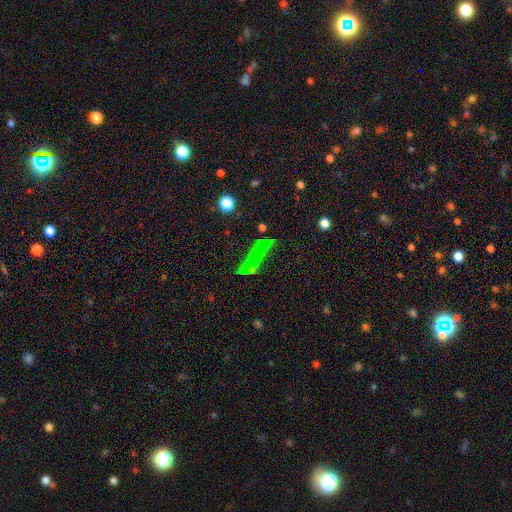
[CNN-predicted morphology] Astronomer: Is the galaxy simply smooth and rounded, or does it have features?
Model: star or artifact — 48% (runner-up: smooth, 31%).